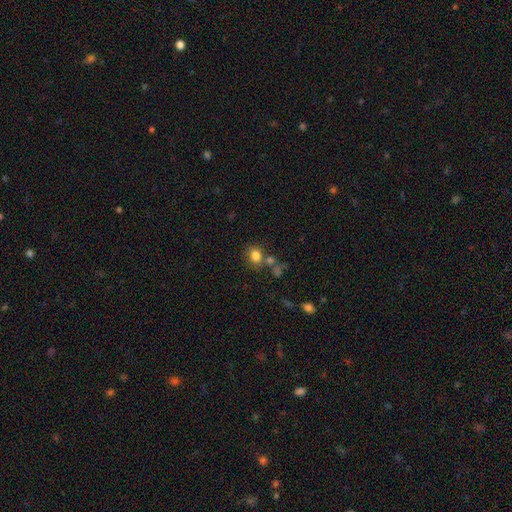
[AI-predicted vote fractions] smooth-or-featured: smooth: 82% | star or artifact: 12% | featured or disk: 7%
  how-rounded: round: 53% | in between: 46% | cigar-shaped: 1%
  merging: none: 64% | merger: 19% | minor disturbance: 12% | major disturbance: 5%